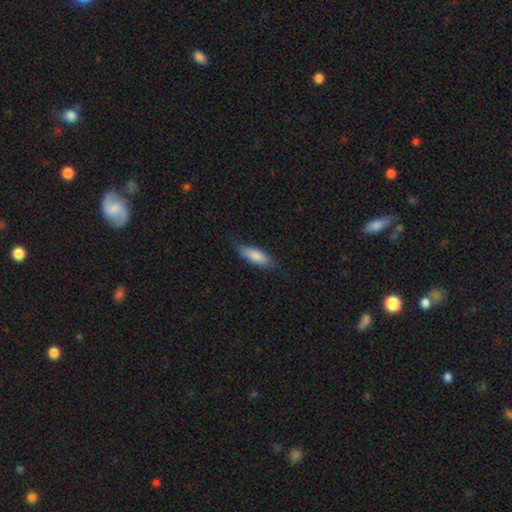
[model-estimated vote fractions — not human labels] smooth_or_featured: smooth (p=0.82) [alt: featured or disk p=0.12]
how_rounded: in between (p=0.57) [alt: cigar-shaped p=0.41]
merging: none (p=0.78) [alt: minor disturbance p=0.17]